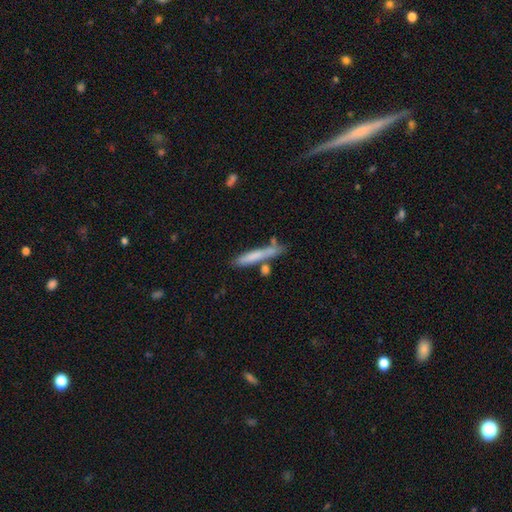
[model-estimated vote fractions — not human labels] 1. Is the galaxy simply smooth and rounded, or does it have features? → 67% smooth, 26% featured or disk, 7% star or artifact.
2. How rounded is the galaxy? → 92% cigar-shaped, 6% in between, 1% round.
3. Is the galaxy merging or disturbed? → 66% none, 18% minor disturbance, 12% merger, 5% major disturbance.